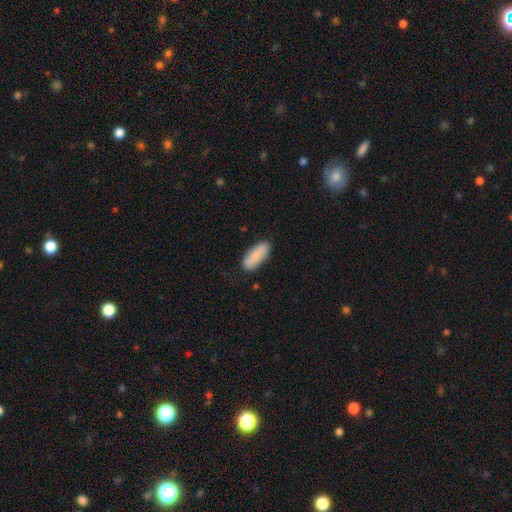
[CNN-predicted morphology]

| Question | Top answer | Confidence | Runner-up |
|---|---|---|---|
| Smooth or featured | smooth | 83% | featured or disk (12%) |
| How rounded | in between | 75% | cigar-shaped (23%) |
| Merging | none | 82% | minor disturbance (14%) |